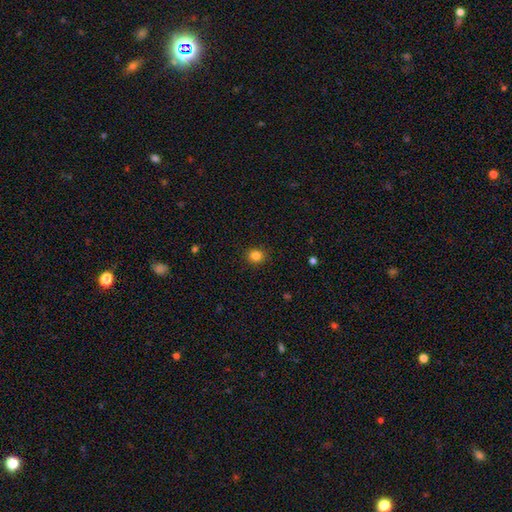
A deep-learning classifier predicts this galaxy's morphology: Smooth or featured? Predicted: smooth (p=0.84). How rounded? Predicted: round (p=0.82). Merging? Predicted: none (p=0.91).